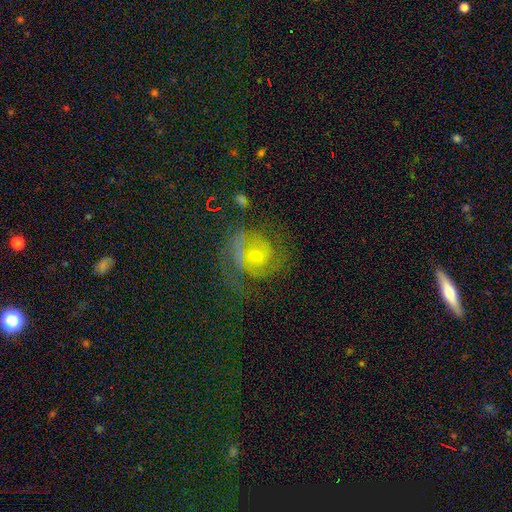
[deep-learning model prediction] Morphology: type=featured or disk (75%); edge-on=no (97%); bar=no (62%); spiral arms=yes (89%); winding=tight (47%); arm count=2 (51%); bulge=small (59%); merging=none (61%).